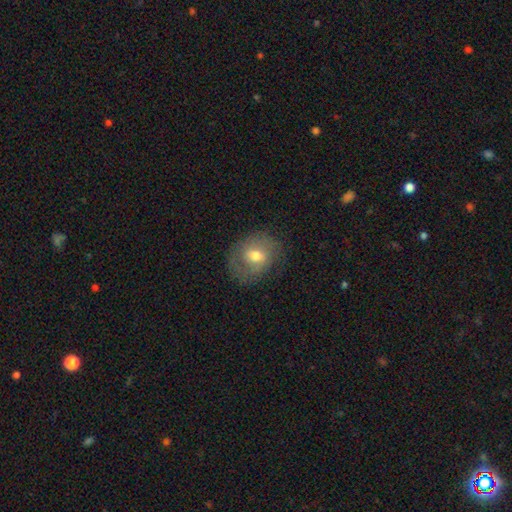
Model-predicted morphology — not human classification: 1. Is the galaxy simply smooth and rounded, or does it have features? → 55% smooth, 37% featured or disk, 9% star or artifact.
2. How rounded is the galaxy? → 54% round, 45% in between, 1% cigar-shaped.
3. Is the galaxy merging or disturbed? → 69% none, 20% minor disturbance, 10% major disturbance, 1% merger.